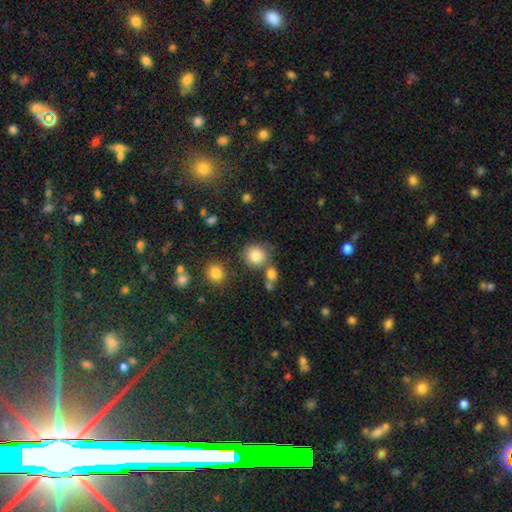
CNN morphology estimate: Smooth or featured? smooth (83%)
How rounded? round (87%)
Merging? none (68%)